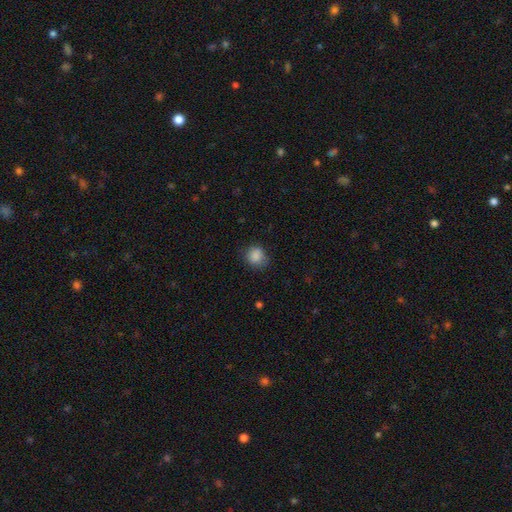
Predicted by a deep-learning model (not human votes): smooth-or-featured: smooth: 87% | star or artifact: 9% | featured or disk: 4%
  how-rounded: round: 76% | in between: 23% | cigar-shaped: 1%
  merging: none: 74% | minor disturbance: 20% | major disturbance: 5% | merger: 1%